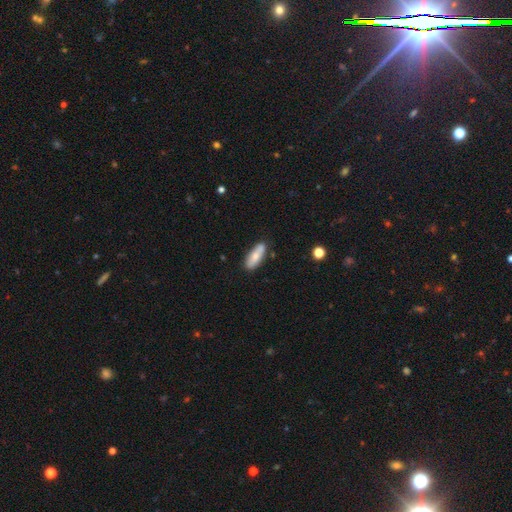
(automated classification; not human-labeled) Smooth or featured? Predicted: smooth (p=0.73). How rounded? Predicted: in between (p=0.64). Merging? Predicted: none (p=0.78).